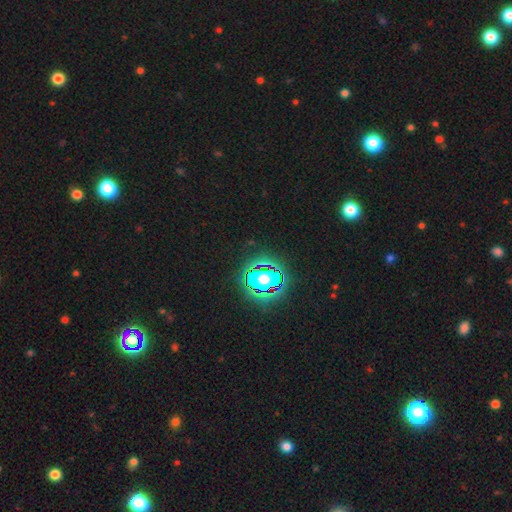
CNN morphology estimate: star or artifact 81%, smooth 11%, featured or disk 7%.